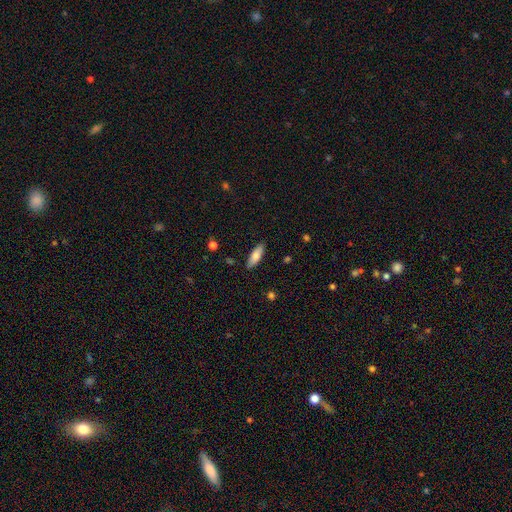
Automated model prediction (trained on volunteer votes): Smooth or featured? smooth (79%)
How rounded? in between (59%)
Merging? none (87%)